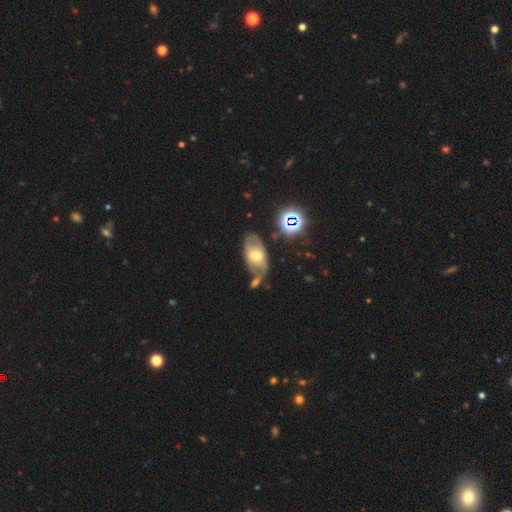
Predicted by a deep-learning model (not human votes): This appears to be a featured or disk galaxy (52%). Merging: none (44%).